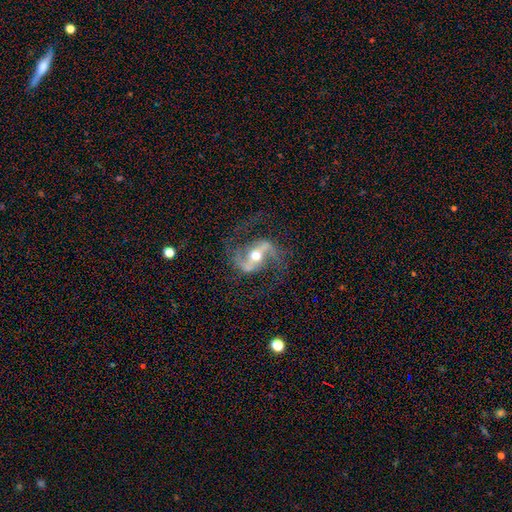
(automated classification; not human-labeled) Q: Smooth or featured?
A: featured or disk (90%); runner-up: star or artifact (5%)
Q: Edge-on disk?
A: no (96%); runner-up: yes (4%)
Q: Bar?
A: strong (57%); runner-up: weak (28%)
Q: Spiral arms?
A: yes (96%); runner-up: no (4%)
Q: Spiral winding?
A: medium (48%); runner-up: loose (42%)
Q: Spiral arm count?
A: 2 (94%); runner-up: can't tell (2%)
Q: Bulge size?
A: moderate (73%); runner-up: small (16%)
Q: Merging?
A: none (74%); runner-up: minor disturbance (13%)